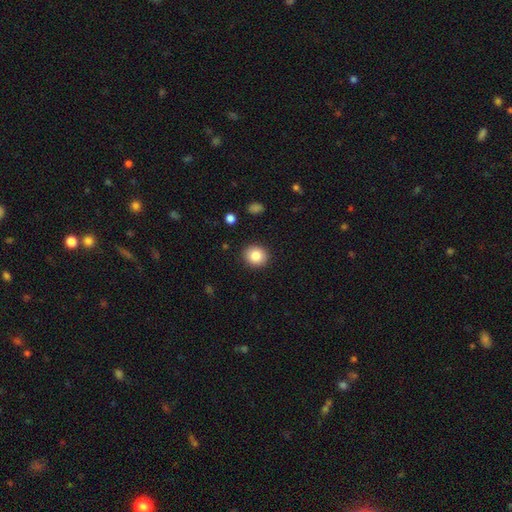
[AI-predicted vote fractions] The model was most divided on "how rounded": round: 79%, in between: 20%, cigar-shaped: 1%. More confident: merging — none (90%); smooth or featured — smooth (84%).